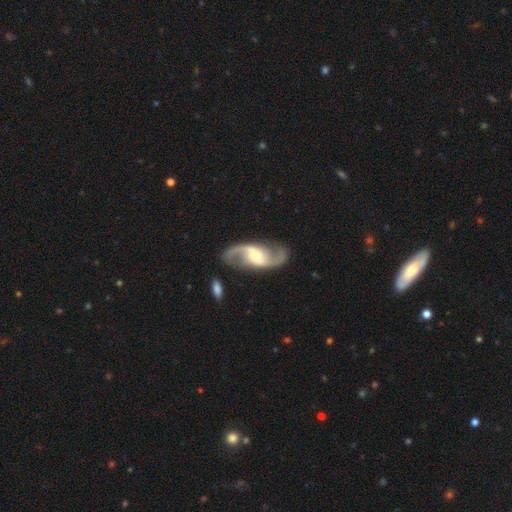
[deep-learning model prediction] A featured or disk galaxy (91%) with a weak bar (45%), 2 (94%) loose (63%) spiral arms (97%) and a moderate central bulge (46%).

Vote fractions:
- Smooth or featured? featured or disk: 91% / smooth: 5% / star or artifact: 4%
- Edge-on disk? no: 97% / yes: 3%
- Bar? weak: 45% / no: 28% / strong: 28%
- Spiral arms? yes: 97% / no: 3%
- Spiral winding? loose: 63% / medium: 31% / tight: 6%
- Spiral arm count? 2: 94% / can't tell: 2% / 1: 1% / 3: 1% / 4: 1% / more than 4: 1%
- Bulge size? moderate: 46% / small: 42% / large: 8% / none: 3% / dominant: 2%
- Merging? none: 81% / minor disturbance: 11% / major disturbance: 5% / merger: 3%